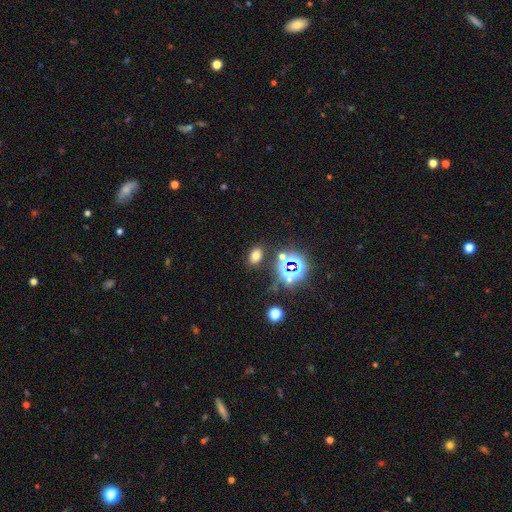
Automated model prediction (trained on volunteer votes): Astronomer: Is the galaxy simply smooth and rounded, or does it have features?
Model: smooth — 62%.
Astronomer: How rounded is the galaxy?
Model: in between — 79%.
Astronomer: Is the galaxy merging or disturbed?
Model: none — 83%.